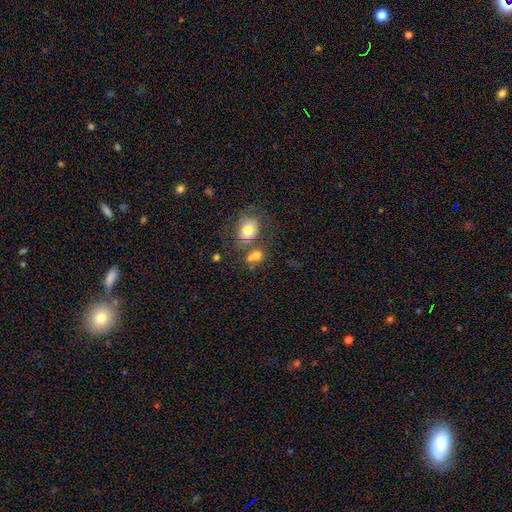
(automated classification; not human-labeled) Smooth or featured? smooth (68%)
How rounded? round (59%)
Merging? none (41%)